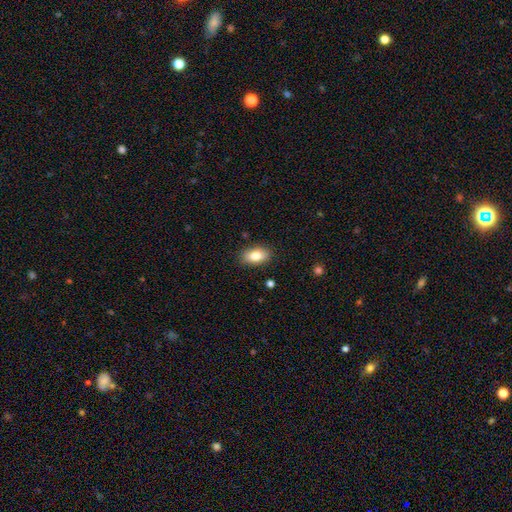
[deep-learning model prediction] smooth 83%, featured or disk 10%, star or artifact 7%. Down the decision tree: how rounded — in between (90%); merging — none (86%).